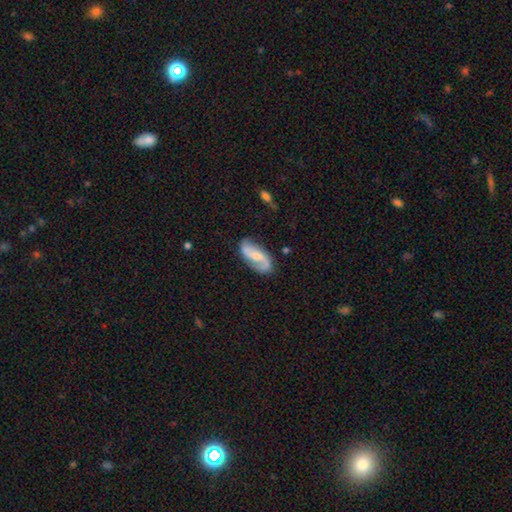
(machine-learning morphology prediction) smooth_or_featured: featured or disk (p=0.76) [alt: smooth p=0.19]
disk_edge_on: no (p=0.95) [alt: yes p=0.05]
bar: no (p=0.43) [alt: weak p=0.40]
has_spiral_arms: yes (p=0.95) [alt: no p=0.05]
spiral_winding: loose (p=0.51) [alt: medium p=0.35]
spiral_arm_count: 2 (p=0.91) [alt: can't tell p=0.04]
bulge_size: small (p=0.44) [alt: moderate p=0.42]
merging: none (p=0.78) [alt: minor disturbance p=0.16]